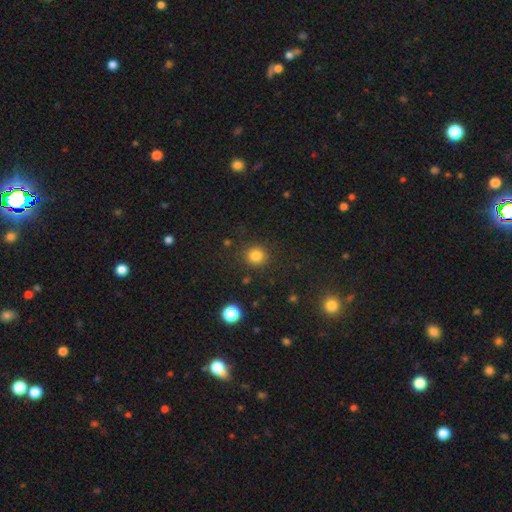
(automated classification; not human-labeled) smooth_or_featured: smooth (p=0.82) [alt: star or artifact p=0.13]
how_rounded: round (p=0.88) [alt: in between p=0.11]
merging: none (p=0.87) [alt: minor disturbance p=0.08]